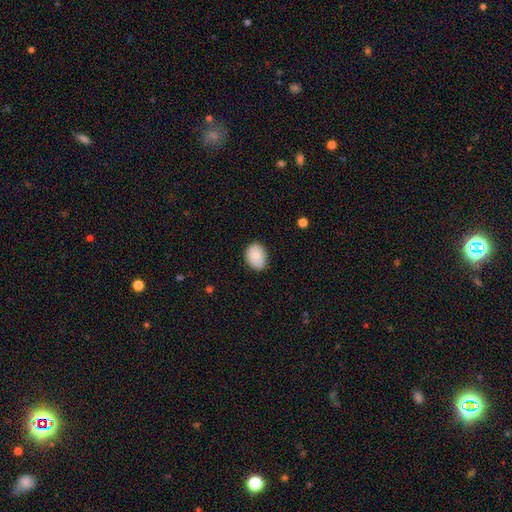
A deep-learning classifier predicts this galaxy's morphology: Smooth or featured? smooth (84%)
How rounded? in between (72%)
Merging? none (77%)